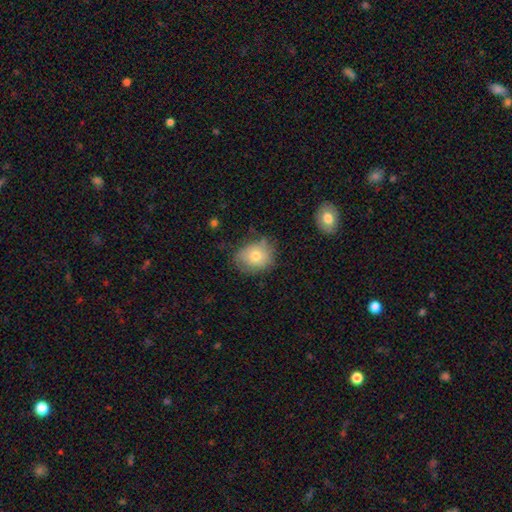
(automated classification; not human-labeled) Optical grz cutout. It shows a smooth galaxy with no disk features (74%) that is round (57%). Merging: none (63%).